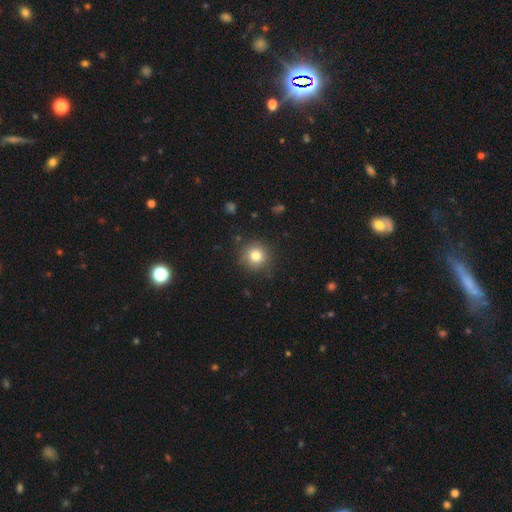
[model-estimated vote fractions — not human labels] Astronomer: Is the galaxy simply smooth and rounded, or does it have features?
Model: smooth — 81%.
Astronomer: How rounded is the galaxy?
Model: round — 94%.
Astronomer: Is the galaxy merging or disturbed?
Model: none — 87%.